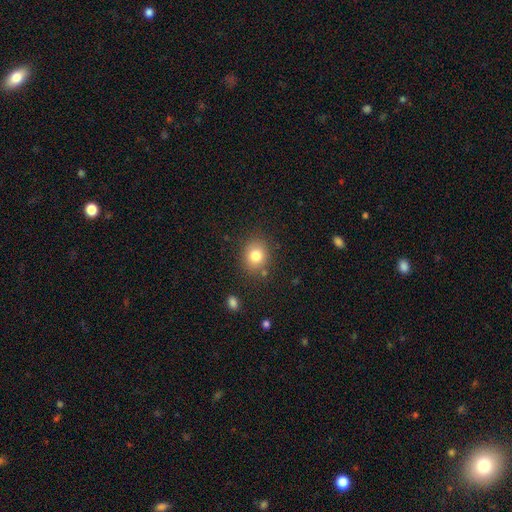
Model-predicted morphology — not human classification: type=smooth (80%); roundness=round (68%); merging=none (82%).